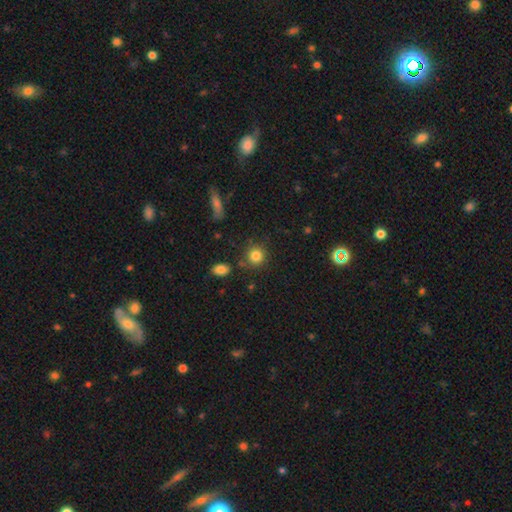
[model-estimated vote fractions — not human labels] Smooth or featured? smooth (83%)
How rounded? round (89%)
Merging? none (80%)